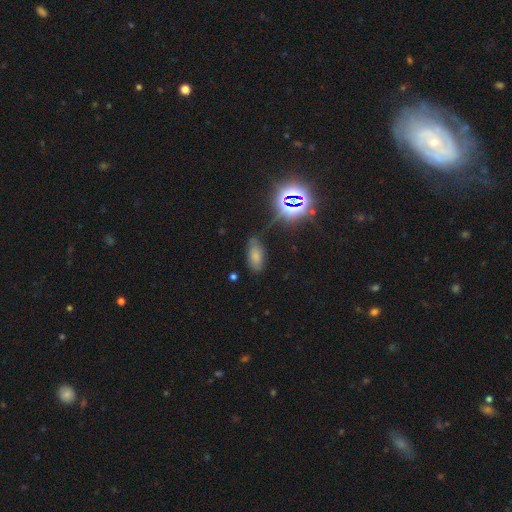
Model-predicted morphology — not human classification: Smooth or featured?
  - smooth: 66% *
  - star or artifact: 21%
  - featured or disk: 12%
How rounded?
  - in between: 88% *
  - cigar-shaped: 9%
  - round: 3%
Merging?
  - none: 68% *
  - minor disturbance: 22%
  - major disturbance: 7%
  - merger: 3%